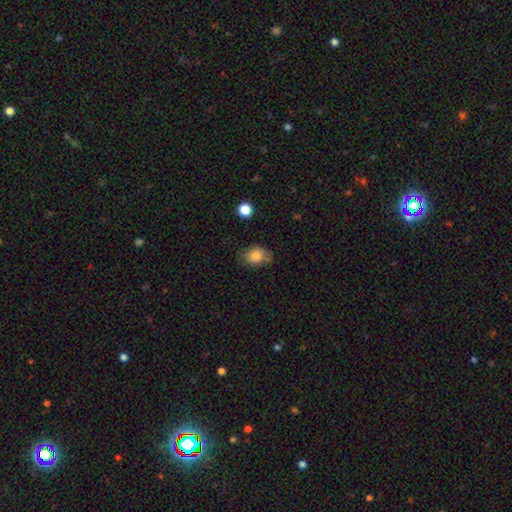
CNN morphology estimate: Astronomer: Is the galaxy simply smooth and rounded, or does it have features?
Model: smooth — 84%.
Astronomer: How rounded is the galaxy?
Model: in between — 56% (runner-up: round, 43%).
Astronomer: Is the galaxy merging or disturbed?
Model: none — 68%.